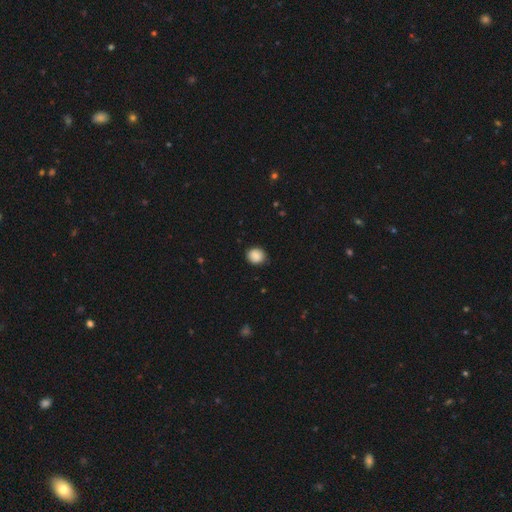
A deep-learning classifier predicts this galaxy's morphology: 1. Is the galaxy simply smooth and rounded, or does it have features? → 87% smooth, 8% star or artifact, 5% featured or disk.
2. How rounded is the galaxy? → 80% round, 20% in between, 1% cigar-shaped.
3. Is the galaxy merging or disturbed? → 83% none, 14% minor disturbance, 3% major disturbance, 1% merger.